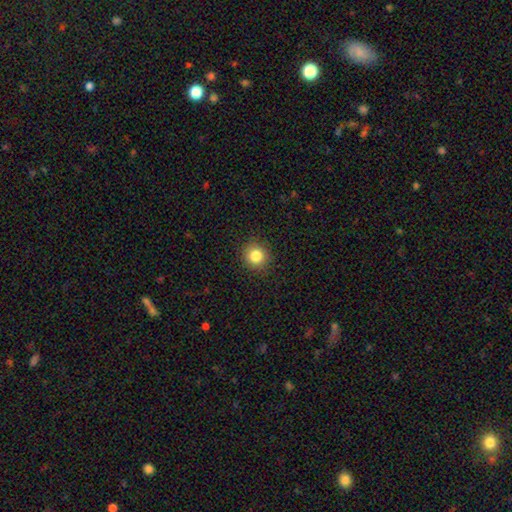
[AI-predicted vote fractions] A smooth galaxy with no disk features (84%) that is round (91%).

Vote fractions:
- Smooth or featured? smooth: 84% / star or artifact: 11% / featured or disk: 5%
- How rounded? round: 91% / in between: 8% / cigar-shaped: 1%
- Merging? none: 91% / minor disturbance: 6% / major disturbance: 2% / merger: 1%